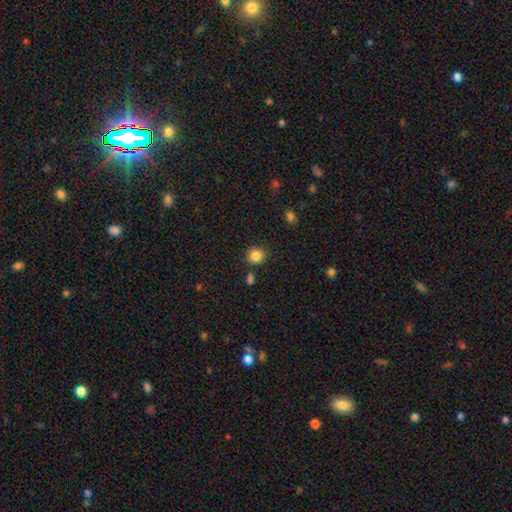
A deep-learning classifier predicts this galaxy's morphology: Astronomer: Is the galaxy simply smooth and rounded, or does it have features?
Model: smooth — 85%.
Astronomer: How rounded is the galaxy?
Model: round — 82%.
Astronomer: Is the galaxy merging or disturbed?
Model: none — 84%.